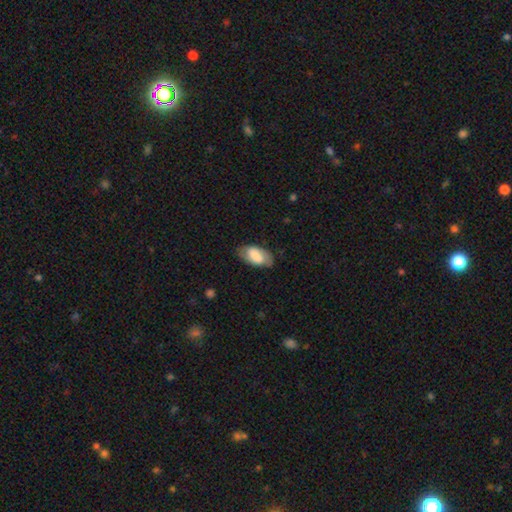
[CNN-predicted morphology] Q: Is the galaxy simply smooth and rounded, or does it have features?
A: smooth — 75%.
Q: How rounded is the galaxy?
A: in between — 94%.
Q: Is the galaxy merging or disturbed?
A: none — 73%.